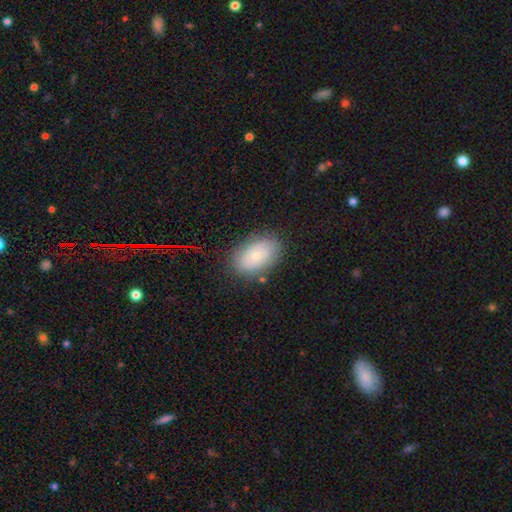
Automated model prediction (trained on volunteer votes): Morphology: type=smooth (67%); roundness=in between (90%); merging=none (81%).